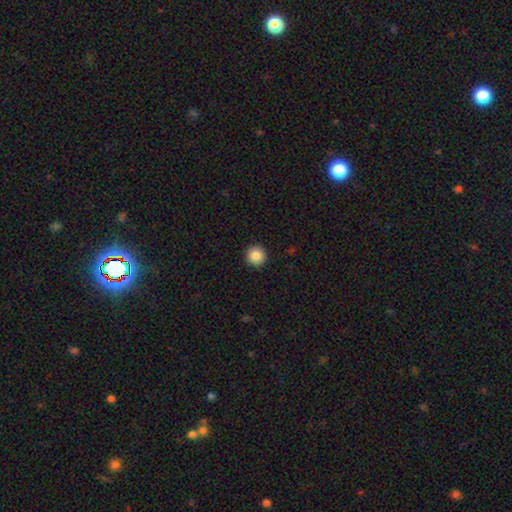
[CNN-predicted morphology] Overall: smooth (87%). How rounded: round (95%). Merging: none (93%).